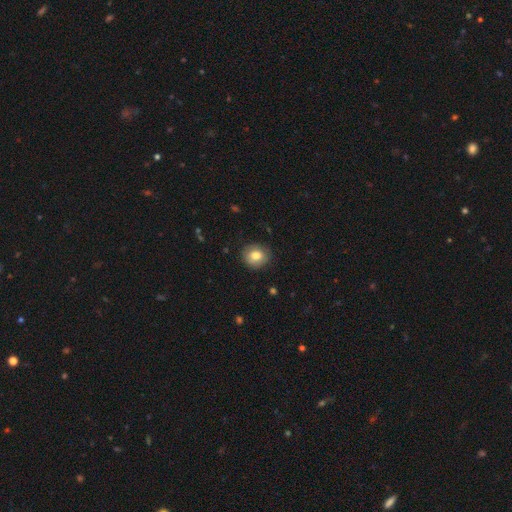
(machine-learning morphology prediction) This appears to be a smooth galaxy with no disk features (80%) that is round (79%). Merging: none (86%).